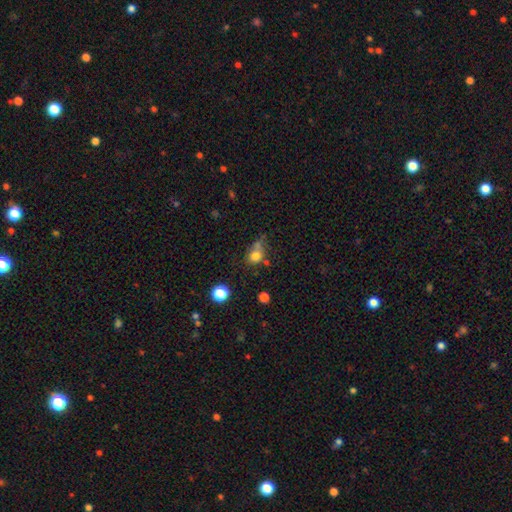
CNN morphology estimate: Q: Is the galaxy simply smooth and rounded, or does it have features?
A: smooth — 76%.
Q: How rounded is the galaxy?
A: round — 68%.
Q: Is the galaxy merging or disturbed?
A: none — 44%.